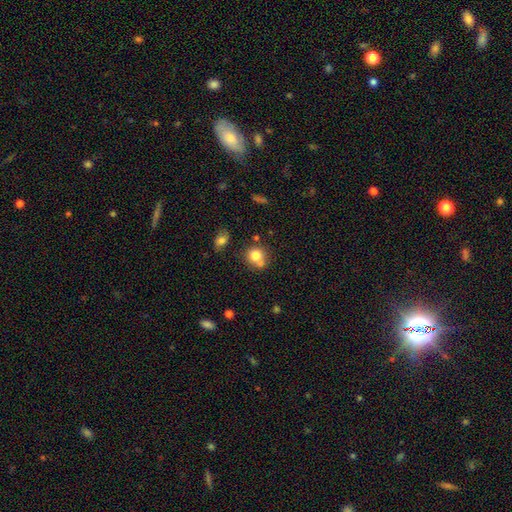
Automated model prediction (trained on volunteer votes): This is likely a smooth galaxy (78%). How rounded: clearly round (85%). Merging: possibly none (55%).